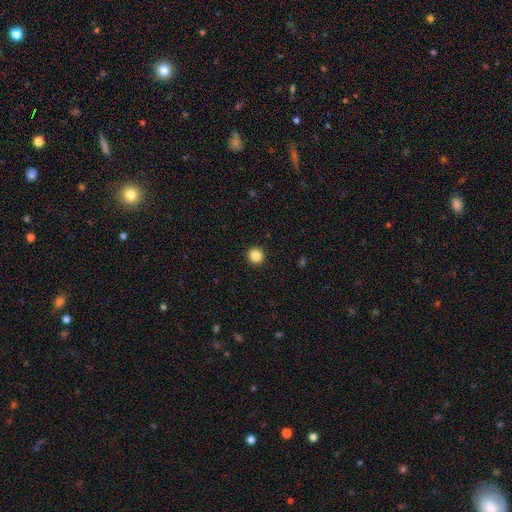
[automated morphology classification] smooth 86%, star or artifact 11%, featured or disk 3%. Down the decision tree: how rounded — round (94%); merging — none (93%).